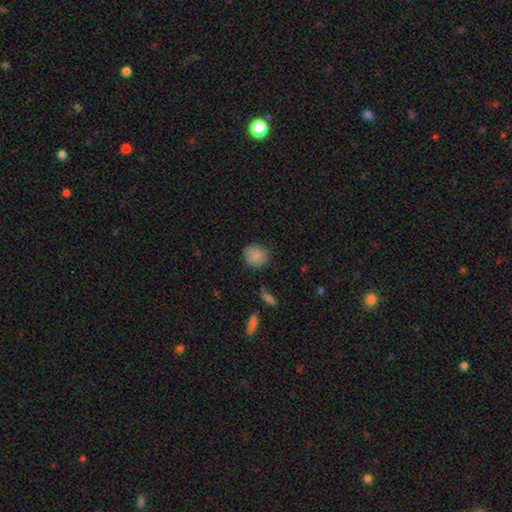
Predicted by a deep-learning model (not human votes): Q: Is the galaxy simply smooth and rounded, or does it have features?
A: smooth — 86%.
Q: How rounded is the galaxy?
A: round — 82%.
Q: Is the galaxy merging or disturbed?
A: none — 84%.